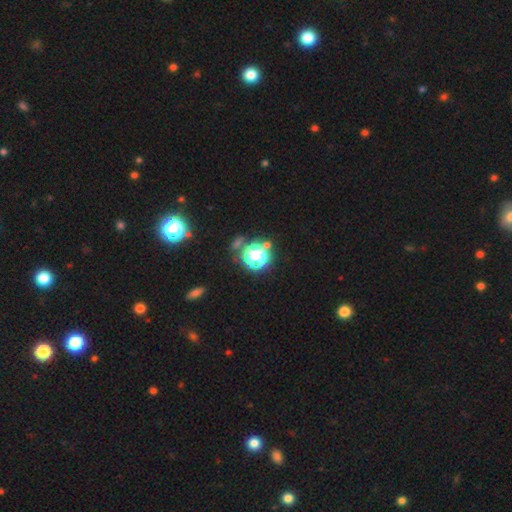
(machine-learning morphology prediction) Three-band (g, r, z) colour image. It shows a star or artifact, not a galaxy (50%).